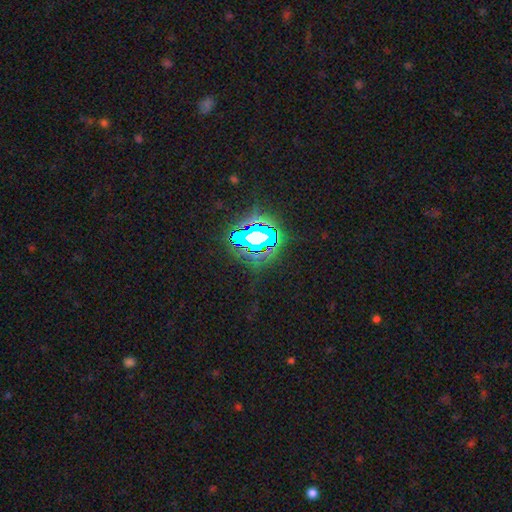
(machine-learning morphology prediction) The model was most divided on "smooth or featured": star or artifact: 78%, smooth: 12%, featured or disk: 9%.